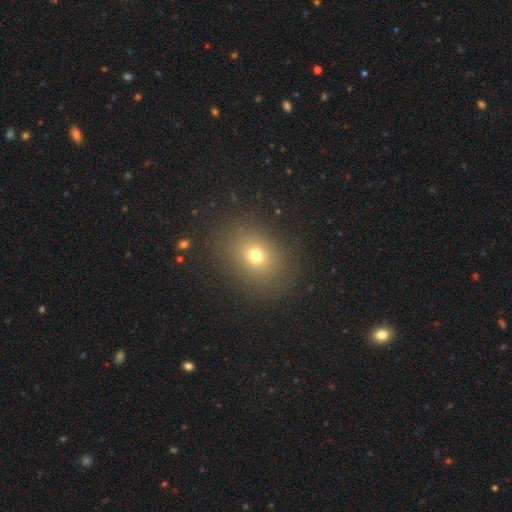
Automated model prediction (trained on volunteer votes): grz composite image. It shows a smooth galaxy with no disk features (70%) that is in between round and cigar-shaped (51%). Merging: none (86%).